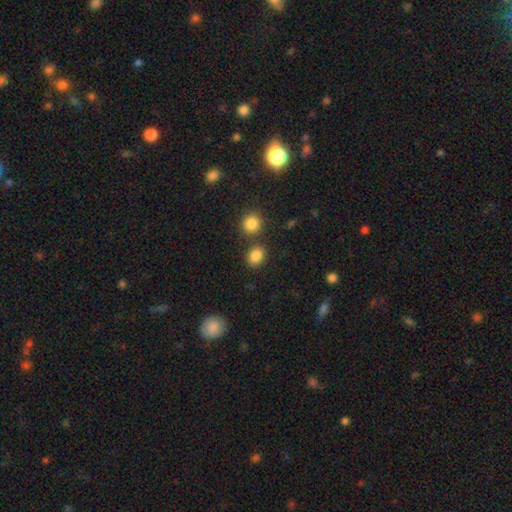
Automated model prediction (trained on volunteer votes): This appears to be a smooth galaxy with no disk features (85%) that is in between round and cigar-shaped (61%). Merging: none (74%).